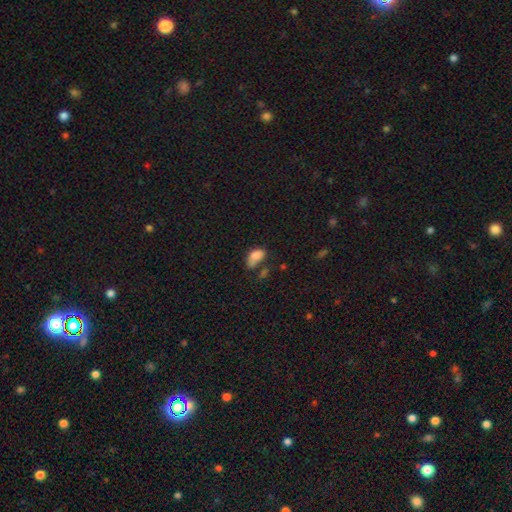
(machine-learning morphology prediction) Q: Smooth or featured?
A: smooth (80%); runner-up: featured or disk (10%)
Q: How rounded?
A: in between (90%); runner-up: round (8%)
Q: Merging?
A: none (32%); runner-up: minor disturbance (28%)